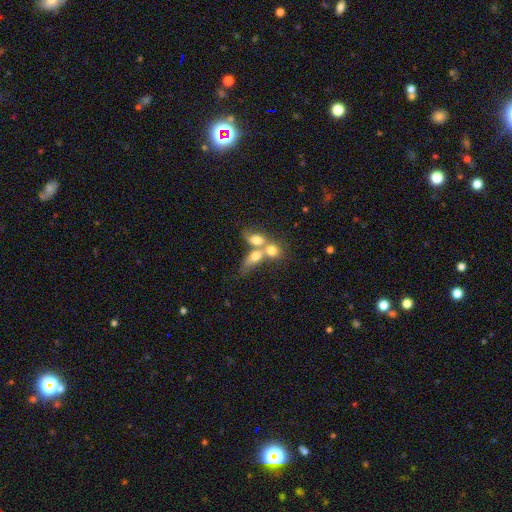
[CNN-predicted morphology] A smooth galaxy with no disk features (66%) that is in between round and cigar-shaped (66%).

Vote fractions:
- Smooth or featured? smooth: 66% / featured or disk: 24% / star or artifact: 10%
- How rounded? in between: 66% / round: 24% / cigar-shaped: 10%
- Merging? merger: 69% / none: 19% / minor disturbance: 6% / major disturbance: 6%